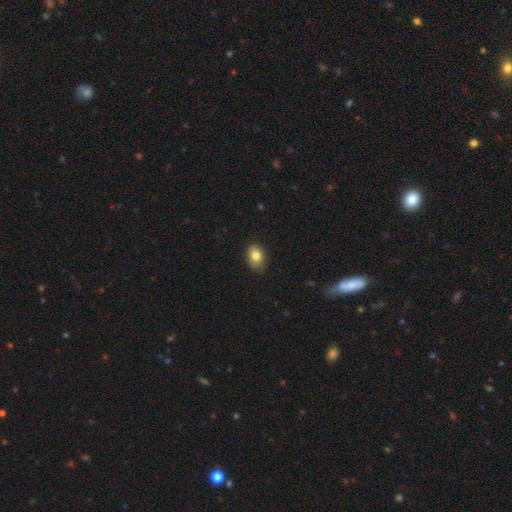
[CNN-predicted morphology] A smooth galaxy with no disk features (83%) that is in between round and cigar-shaped (81%).

Vote fractions:
- Smooth or featured? smooth: 83% / featured or disk: 8% / star or artifact: 8%
- How rounded? in between: 81% / round: 18% / cigar-shaped: 1%
- Merging? none: 82% / minor disturbance: 14% / major disturbance: 2% / merger: 1%